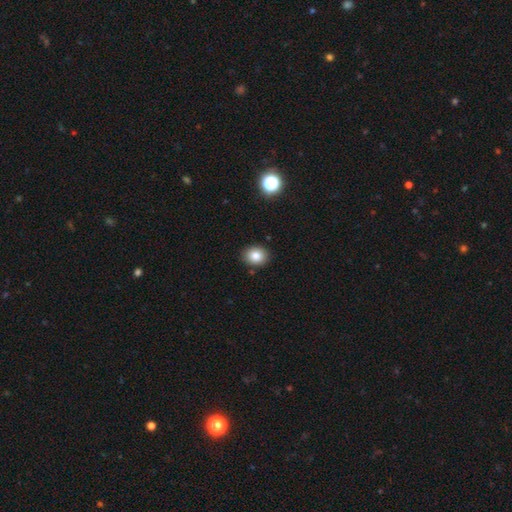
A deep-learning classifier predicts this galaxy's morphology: Smooth or featured: smooth — 83% (star or artifact — 11%)
How rounded: round — 59% (in between — 40%)
Merging: none — 89% (minor disturbance — 8%)